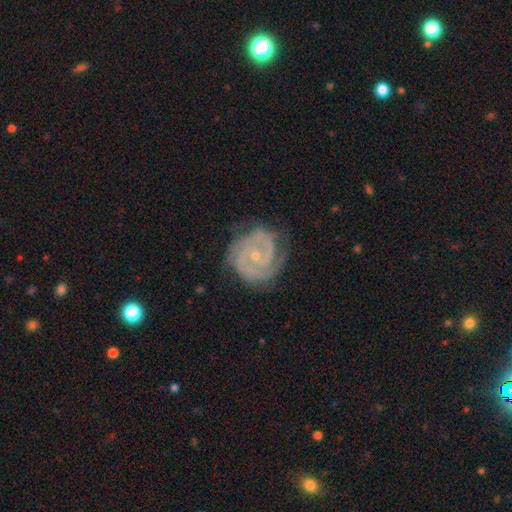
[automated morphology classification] smooth_or_featured: featured or disk (p=0.90) [alt: star or artifact p=0.05]
disk_edge_on: no (p=0.98) [alt: yes p=0.02]
bar: no (p=0.62) [alt: weak p=0.29]
has_spiral_arms: yes (p=0.98) [alt: no p=0.02]
spiral_winding: tight (p=0.68) [alt: medium p=0.28]
spiral_arm_count: 2 (p=0.51) [alt: 3 p=0.25]
bulge_size: small (p=0.75) [alt: moderate p=0.22]
merging: none (p=0.75) [alt: minor disturbance p=0.18]